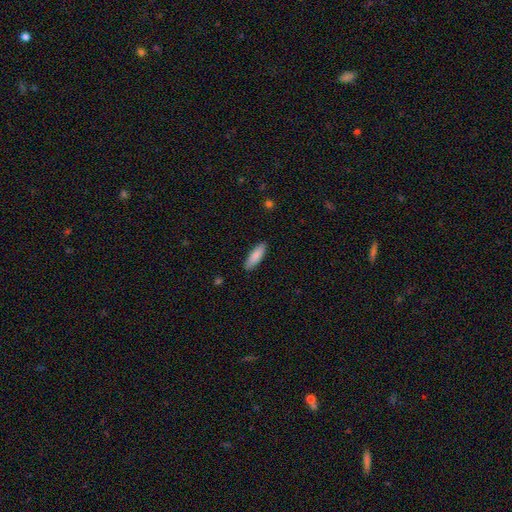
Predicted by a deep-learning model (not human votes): Smooth or featured?
  - smooth: 85% *
  - featured or disk: 9%
  - star or artifact: 6%
How rounded?
  - cigar-shaped: 52% *
  - in between: 47%
  - round: 1%
Merging?
  - none: 88% *
  - minor disturbance: 9%
  - major disturbance: 2%
  - merger: 1%